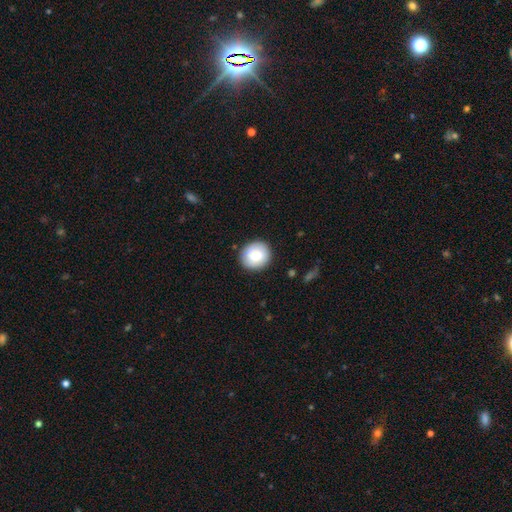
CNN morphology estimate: smooth_or_featured: smooth (p=0.79) [alt: featured or disk p=0.13]
how_rounded: round (p=0.90) [alt: in between p=0.09]
merging: none (p=0.89) [alt: minor disturbance p=0.07]